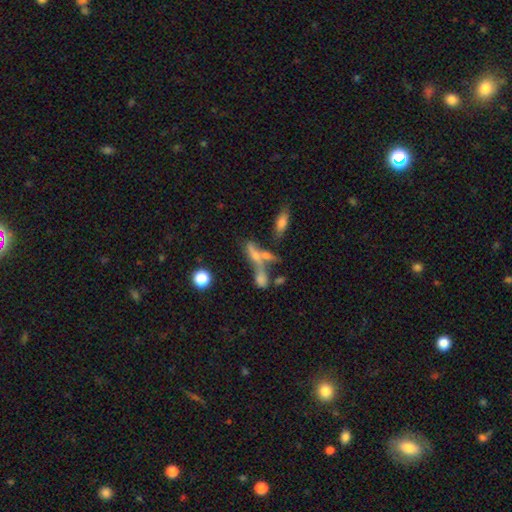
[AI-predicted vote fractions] This is marginally a smooth galaxy (44%). Merging: marginally merger (43%).